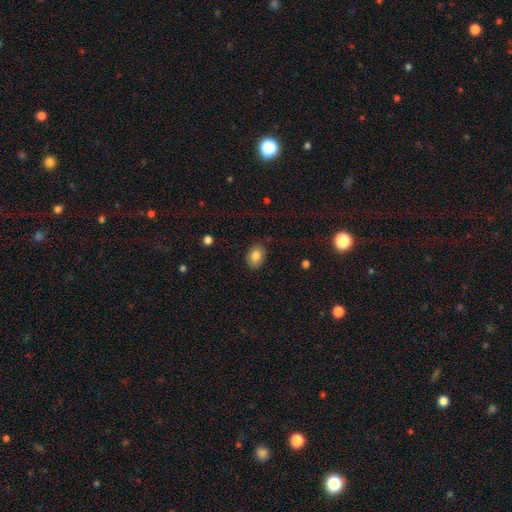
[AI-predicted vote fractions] Smooth or featured? Predicted: smooth (p=0.82). How rounded? Predicted: in between (p=0.71). Merging? Predicted: none (p=0.84).